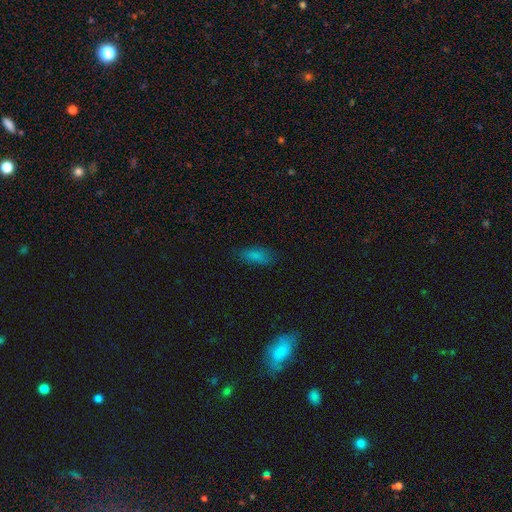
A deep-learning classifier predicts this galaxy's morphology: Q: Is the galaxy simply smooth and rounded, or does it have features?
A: smooth — 81%.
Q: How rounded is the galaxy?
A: in between — 78%.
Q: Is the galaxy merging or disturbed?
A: none — 79%.